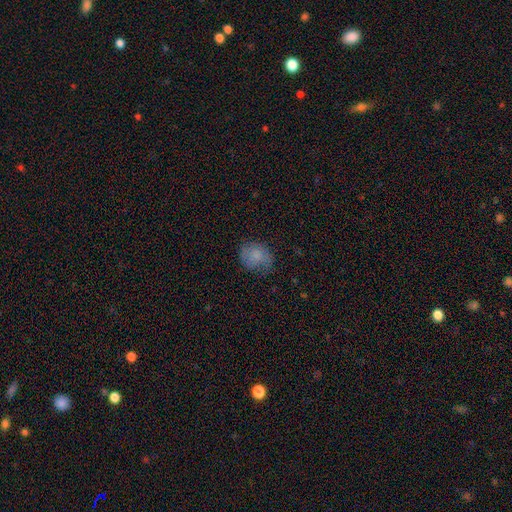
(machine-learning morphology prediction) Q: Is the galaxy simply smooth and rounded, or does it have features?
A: smooth — 78%.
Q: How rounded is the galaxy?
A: round — 71%.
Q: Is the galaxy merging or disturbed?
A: none — 65%.